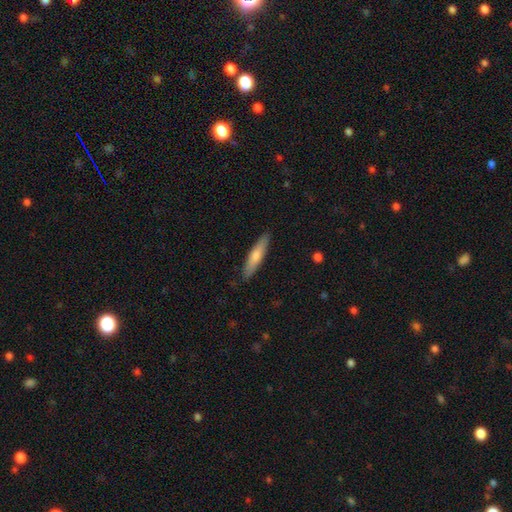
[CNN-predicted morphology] smooth_or_featured: smooth (p=0.59) [alt: featured or disk p=0.35]
how_rounded: cigar-shaped (p=0.87) [alt: in between p=0.12]
merging: none (p=0.89) [alt: minor disturbance p=0.08]